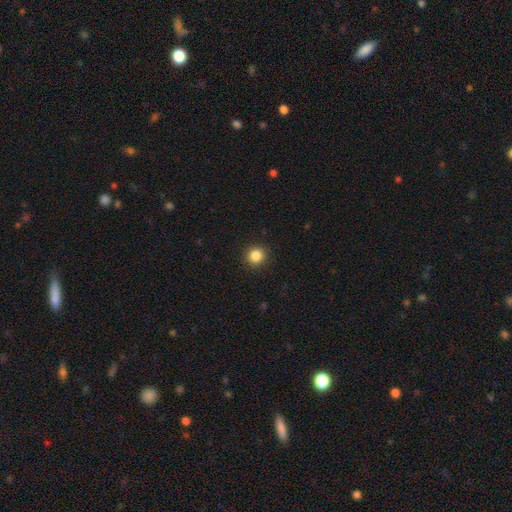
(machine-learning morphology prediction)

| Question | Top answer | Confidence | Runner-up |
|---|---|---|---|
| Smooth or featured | smooth | 85% | star or artifact (11%) |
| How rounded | round | 92% | in between (7%) |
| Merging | none | 92% | minor disturbance (5%) |